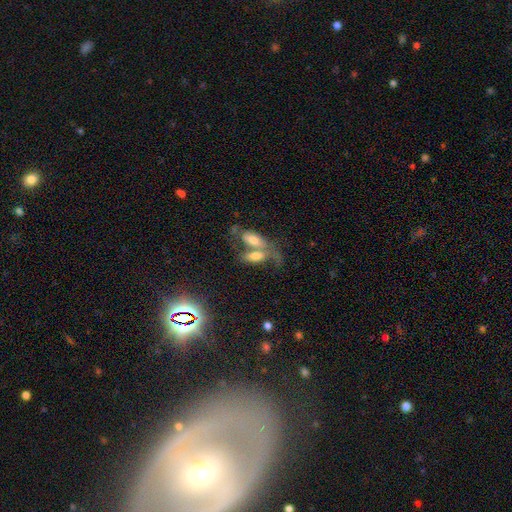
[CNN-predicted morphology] Smooth or featured? Predicted: smooth (p=0.62). How rounded? Predicted: in between (p=0.81). Merging? Predicted: merger (p=0.64).